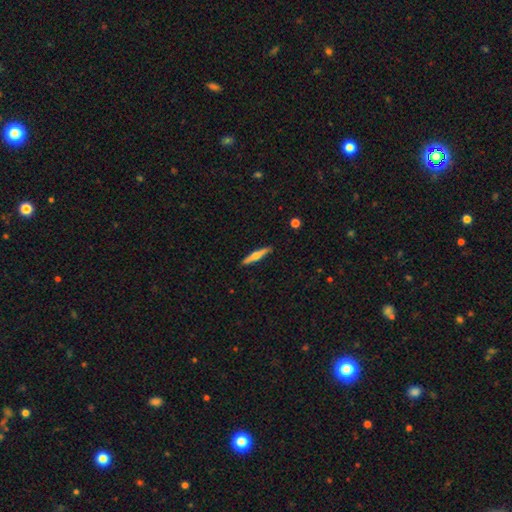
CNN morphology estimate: featured or disk 57%, smooth 38%, star or artifact 6%. Down the decision tree: edge-on disk — yes (97%); edge-on bulge — rounded (86%); merging — none (90%).